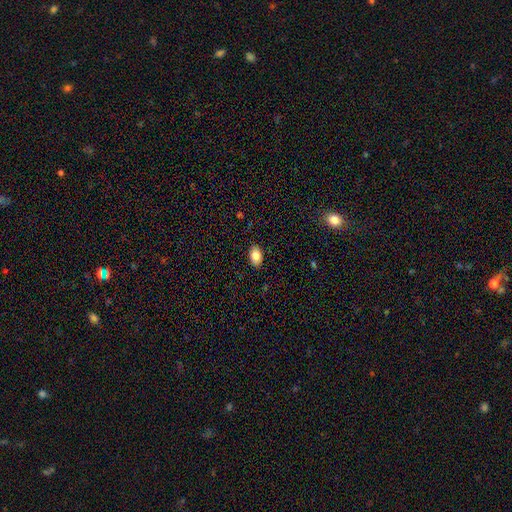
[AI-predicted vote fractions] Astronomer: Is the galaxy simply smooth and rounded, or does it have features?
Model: smooth — 83%.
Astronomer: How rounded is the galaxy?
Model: in between — 88%.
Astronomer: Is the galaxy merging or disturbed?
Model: none — 87%.